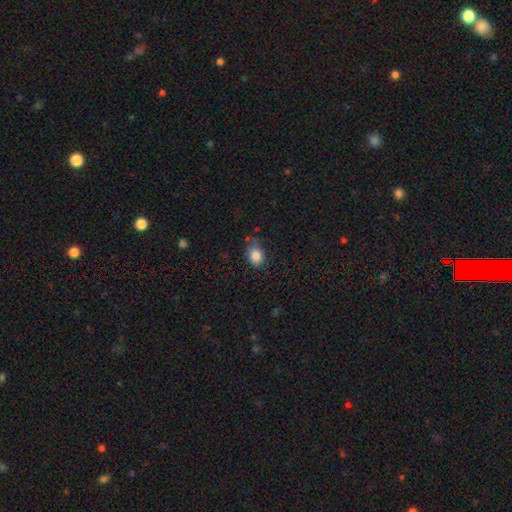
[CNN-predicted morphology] Smooth or featured? smooth (84%)
How rounded? in between (51%)
Merging? none (62%)